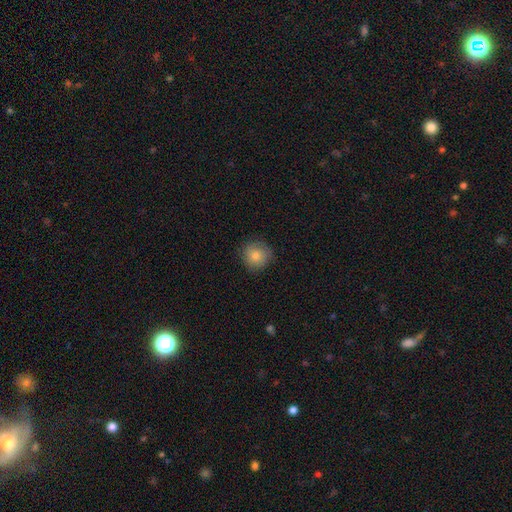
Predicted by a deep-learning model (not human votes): The model was most divided on "merging": none: 81%, minor disturbance: 14%, major disturbance: 3%, merger: 1%. More confident: how rounded — round (91%); smooth or featured — smooth (81%).